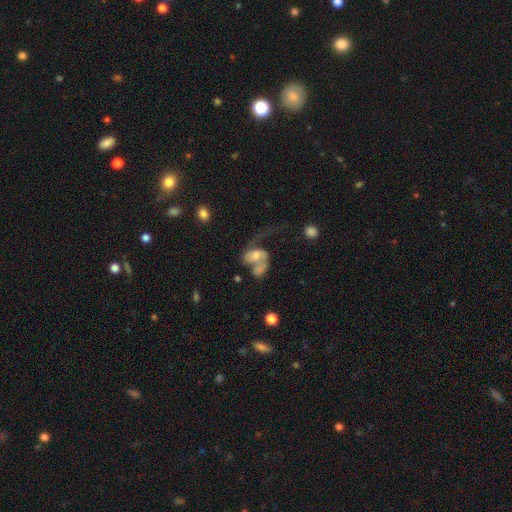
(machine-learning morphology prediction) type=featured or disk (55%); edge-on=no (97%); bar=no (68%); spiral arms=yes (66%); bulge=moderate (45%); merging=merger (40%).